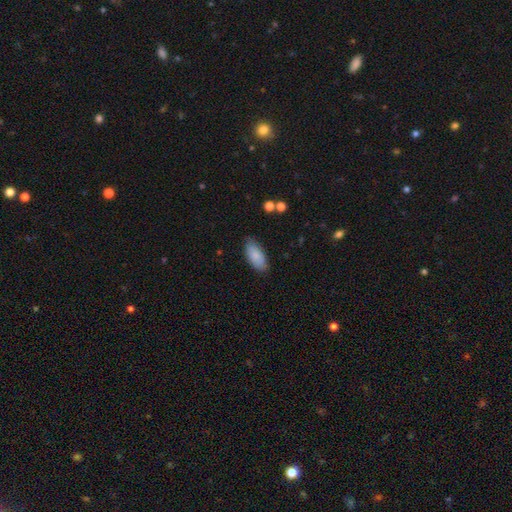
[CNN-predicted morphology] Smooth or featured? Predicted: smooth (p=0.84). How rounded? Predicted: in between (p=0.90). Merging? Predicted: none (p=0.80).